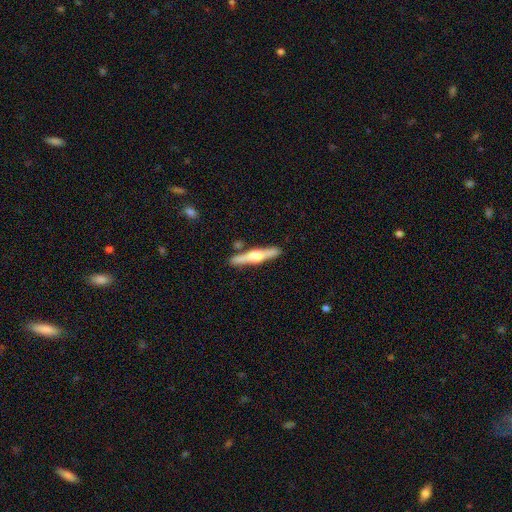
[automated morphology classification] smooth-or-featured: featured or disk: 70% | smooth: 25% | star or artifact: 5%
  disk-edge-on: yes: 97% | no: 3%
    edge-on-bulge: rounded: 95% | boxy: 3% | none: 2%
  merging: none: 87% | minor disturbance: 8% | merger: 4% | major disturbance: 2%